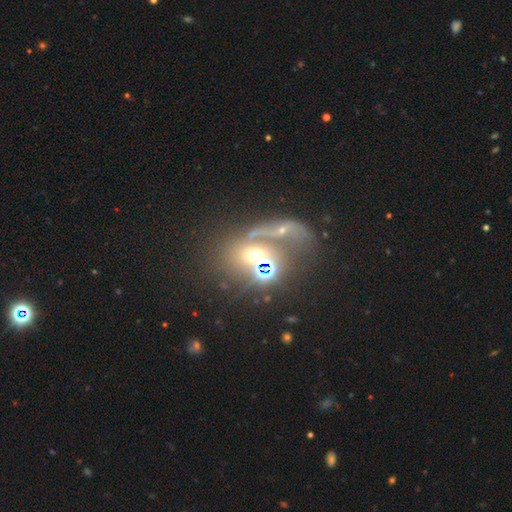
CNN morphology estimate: Smooth or featured? smooth (42%)
Merging? merger (51%)